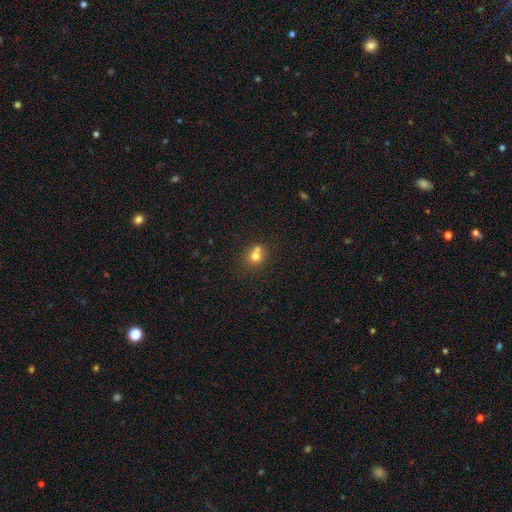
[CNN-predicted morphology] type=smooth (72%); roundness=round (80%); merging=none (45%).